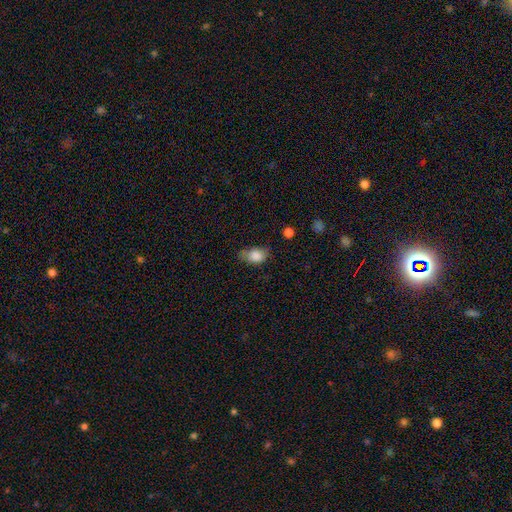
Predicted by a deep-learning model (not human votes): This is clearly a smooth galaxy (84%). How rounded: clearly in between (82%). Merging: possibly none (51%).